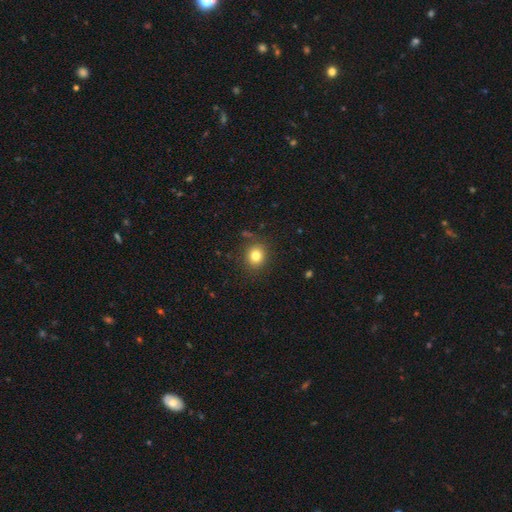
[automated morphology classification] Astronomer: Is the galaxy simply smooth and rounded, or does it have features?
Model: smooth — 80%.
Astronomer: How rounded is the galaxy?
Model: round — 79%.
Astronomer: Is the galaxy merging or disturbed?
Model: none — 86%.